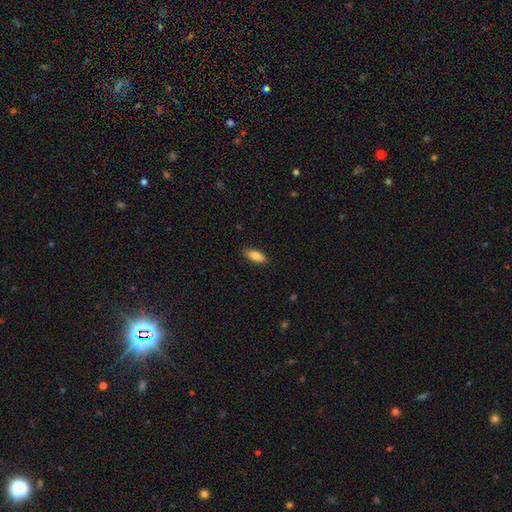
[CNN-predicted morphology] Overall: smooth (84%). How rounded: in between (79%). Merging: none (88%).